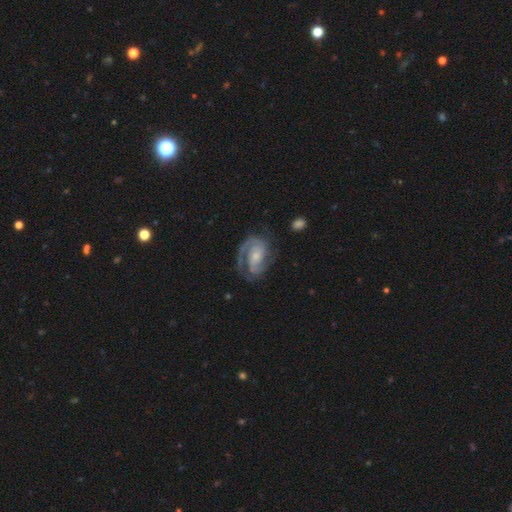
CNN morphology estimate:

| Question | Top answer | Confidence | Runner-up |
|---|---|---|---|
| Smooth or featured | featured or disk | 90% | smooth (6%) |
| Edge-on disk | no | 98% | yes (2%) |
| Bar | no | 55% | weak (33%) |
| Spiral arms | yes | 98% | no (2%) |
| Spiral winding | tight | 47% | medium (44%) |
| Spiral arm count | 2 | 81% | 1 (6%) |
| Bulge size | small | 55% | moderate (33%) |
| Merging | none | 71% | minor disturbance (17%) |